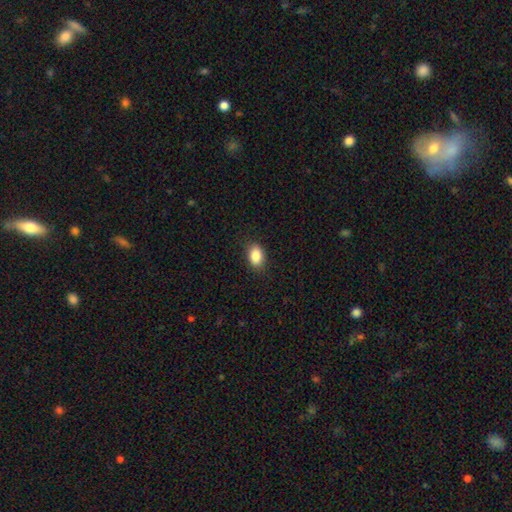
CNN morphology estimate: A smooth galaxy with no disk features (88%) that is in between round and cigar-shaped (84%).

Vote fractions:
- Smooth or featured? smooth: 88% / star or artifact: 8% / featured or disk: 4%
- How rounded? in between: 84% / round: 15% / cigar-shaped: 1%
- Merging? none: 87% / minor disturbance: 10% / major disturbance: 2% / merger: 1%